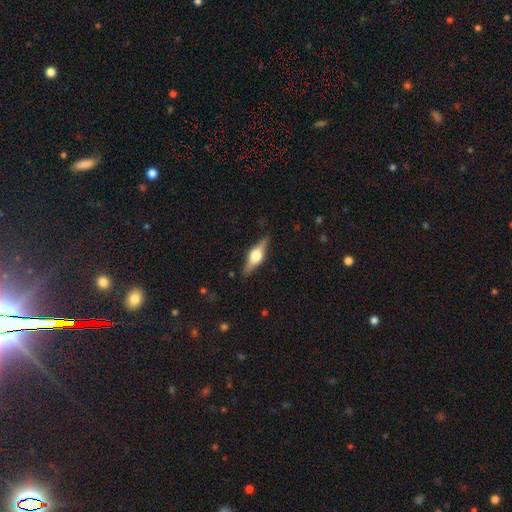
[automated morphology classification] This is likely a featured or disk galaxy (71%). It is clearly viewed edge-on (97%). Edge-on bulge: clearly rounded (92%). Merging: clearly none (87%).